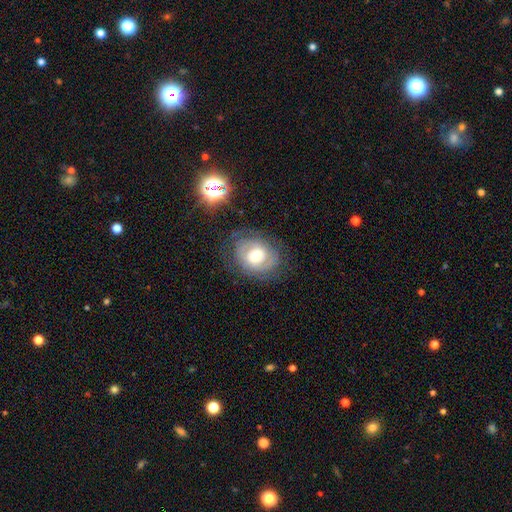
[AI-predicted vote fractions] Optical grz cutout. It shows a featured or disk galaxy (61%) with no bar (56%), spiral arms (74%) and a moderate central bulge (71%). Merging: none (71%).